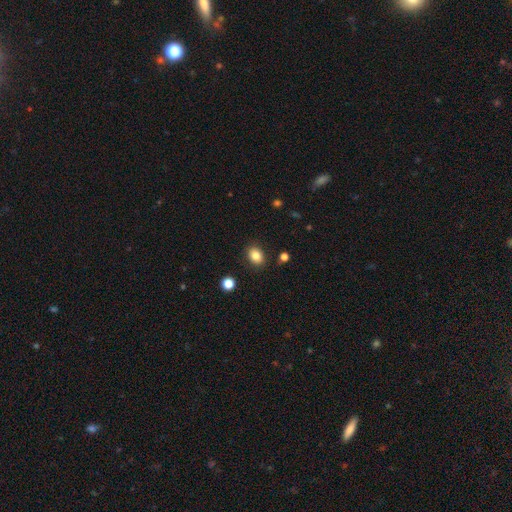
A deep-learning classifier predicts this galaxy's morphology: smooth_or_featured: smooth (p=0.84) [alt: star or artifact p=0.10]
how_rounded: in between (p=0.60) [alt: round p=0.39]
merging: none (p=0.87) [alt: minor disturbance p=0.09]